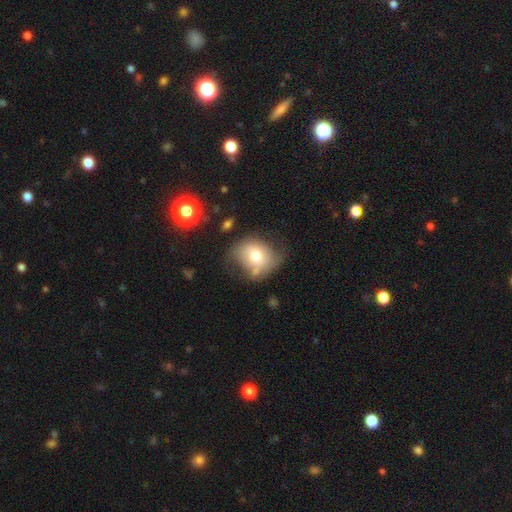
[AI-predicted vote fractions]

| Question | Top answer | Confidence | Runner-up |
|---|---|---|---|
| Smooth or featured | smooth | 64% | featured or disk (27%) |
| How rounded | round | 57% | in between (42%) |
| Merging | none | 41% | minor disturbance (32%) |